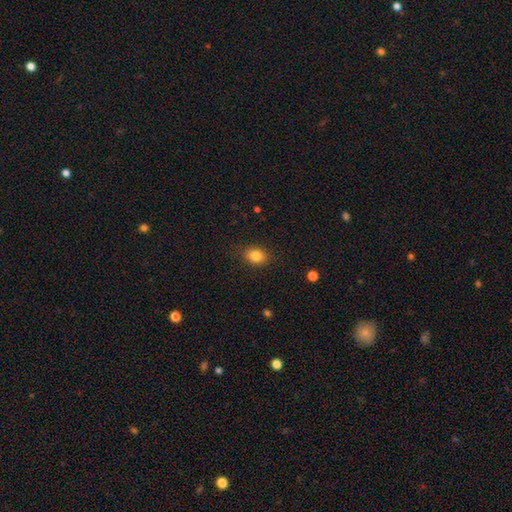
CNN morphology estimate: smooth_or_featured: smooth (p=0.83) [alt: star or artifact p=0.10]
how_rounded: in between (p=0.60) [alt: round p=0.38]
merging: none (p=0.87) [alt: minor disturbance p=0.10]